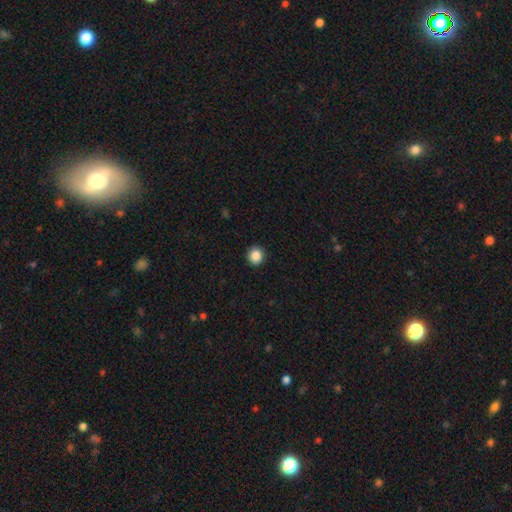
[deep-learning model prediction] smooth_or_featured: smooth (p=0.87) [alt: star or artifact p=0.09]
how_rounded: round (p=0.92) [alt: in between p=0.07]
merging: none (p=0.93) [alt: minor disturbance p=0.05]